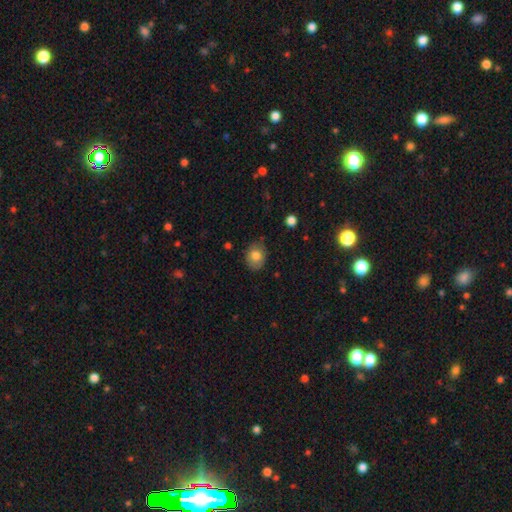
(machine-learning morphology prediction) A smooth galaxy with no disk features (78%) that is in between round and cigar-shaped (52%). Merging: none (75%).